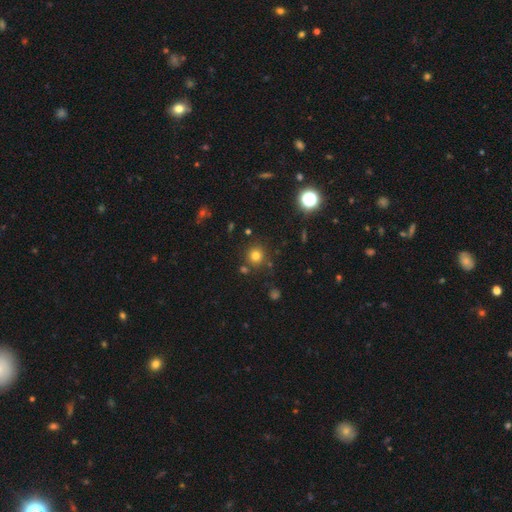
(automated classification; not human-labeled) Smooth or featured? smooth (76%)
How rounded? round (92%)
Merging? none (82%)